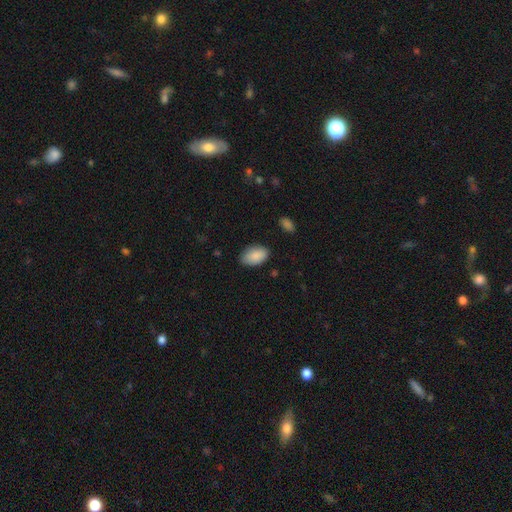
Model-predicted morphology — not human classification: Smooth or featured?
  - smooth: 89% *
  - star or artifact: 6%
  - featured or disk: 5%
How rounded?
  - in between: 94% *
  - round: 5%
  - cigar-shaped: 1%
Merging?
  - none: 82% *
  - minor disturbance: 14%
  - major disturbance: 3%
  - merger: 1%